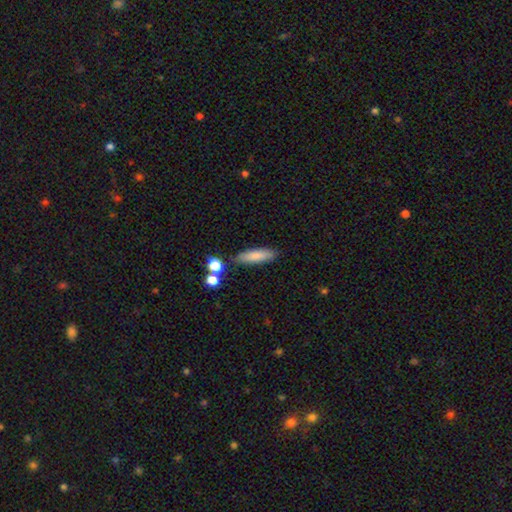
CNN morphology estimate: Overall: smooth (80%). How rounded: cigar-shaped (61%; in between 36%). Merging: none (79%).